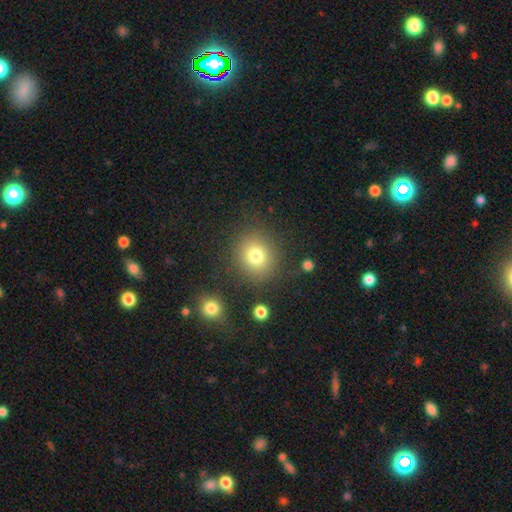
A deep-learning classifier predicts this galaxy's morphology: Smooth or featured? smooth (78%)
How rounded? round (81%)
Merging? none (84%)